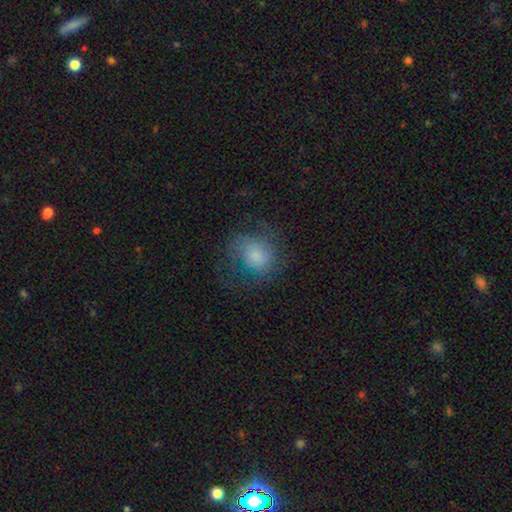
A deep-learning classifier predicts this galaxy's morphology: Smooth or featured? Predicted: smooth (p=0.64). How rounded? Predicted: round (p=0.68). Merging? Predicted: none (p=0.56).